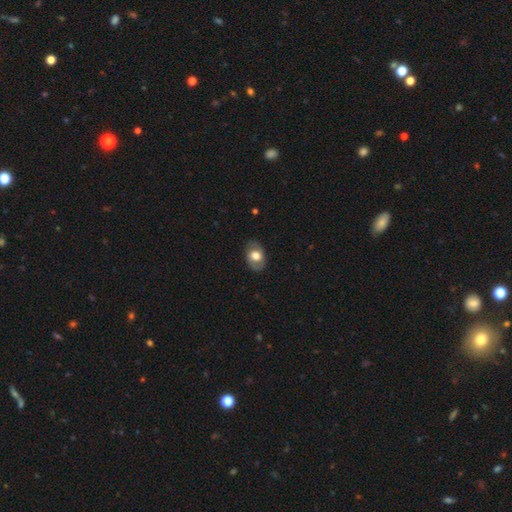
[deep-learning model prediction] Smooth or featured? smooth (57%)
How rounded? in between (78%)
Merging? none (80%)